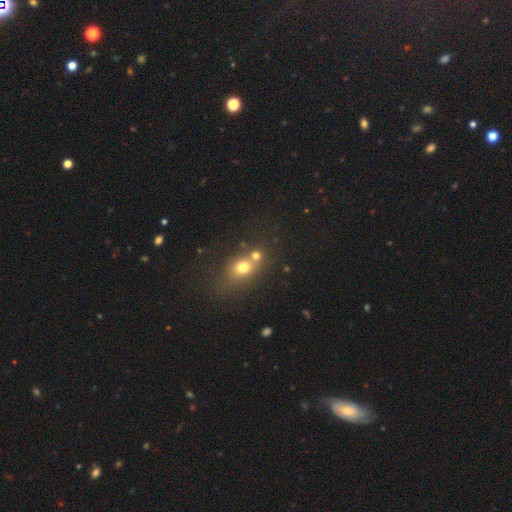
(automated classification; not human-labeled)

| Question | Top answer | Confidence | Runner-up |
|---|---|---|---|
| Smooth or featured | smooth | 70% | star or artifact (16%) |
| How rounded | round | 53% | in between (45%) |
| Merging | none | 43% | merger (41%) |